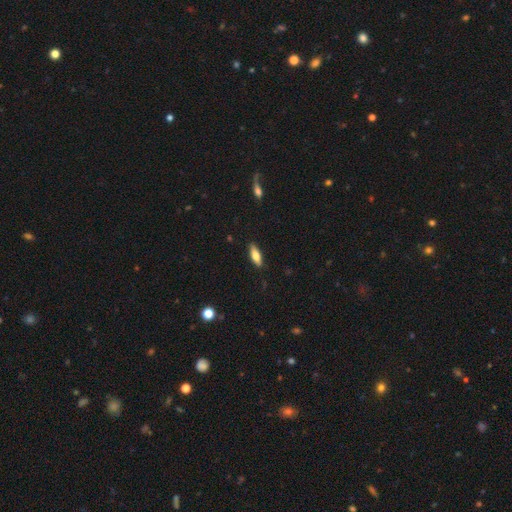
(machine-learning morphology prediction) Smooth or featured: smooth — 72% (featured or disk — 22%)
How rounded: in between — 63% (cigar-shaped — 35%)
Merging: none — 87% (minor disturbance — 10%)